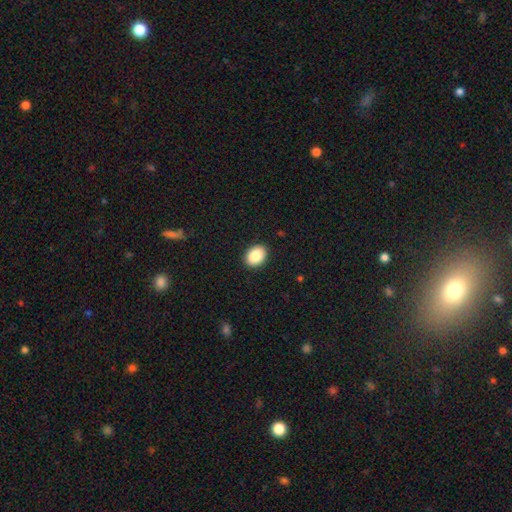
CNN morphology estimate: Smooth or featured: smooth — 86% (star or artifact — 8%)
How rounded: in between — 71% (round — 28%)
Merging: none — 91% (minor disturbance — 6%)